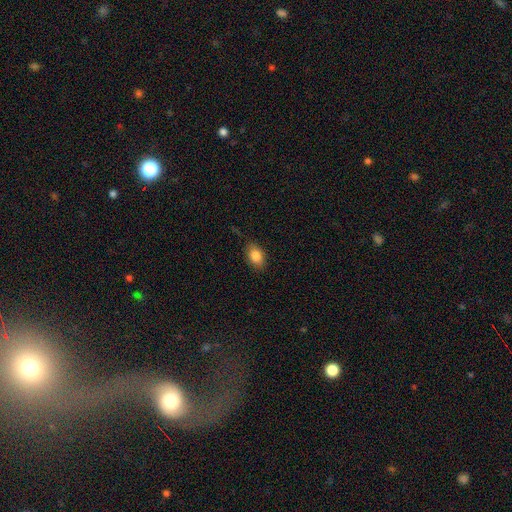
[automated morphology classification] This is clearly a smooth galaxy (85%). How rounded: clearly in between (82%). Merging: clearly none (82%).